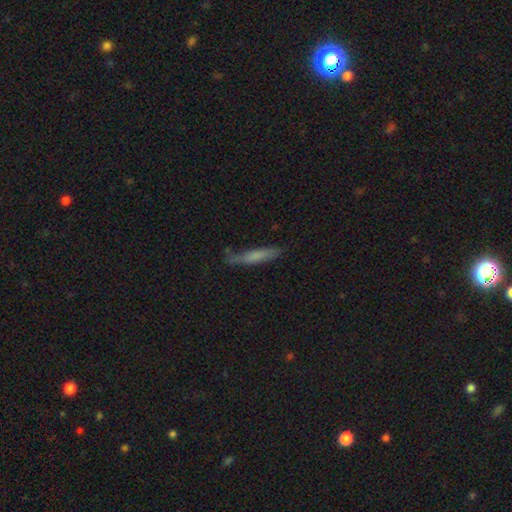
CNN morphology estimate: type=smooth (66%); roundness=cigar-shaped (89%); merging=none (63%).